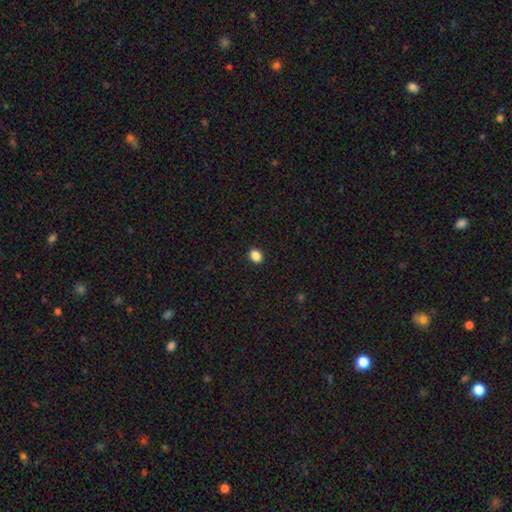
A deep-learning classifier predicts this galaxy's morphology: A smooth galaxy with no disk features (87%) that is in between round and cigar-shaped (51%). Merging: none (92%).